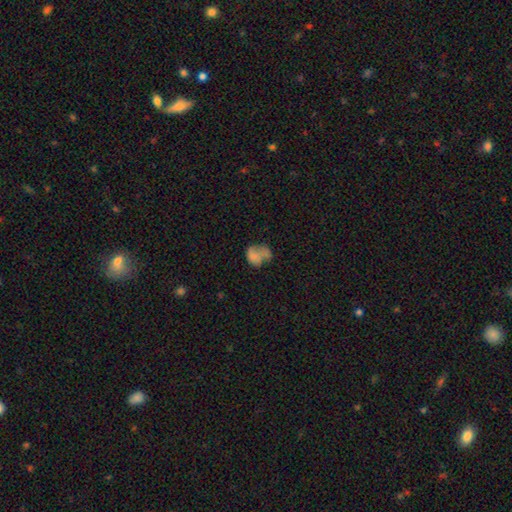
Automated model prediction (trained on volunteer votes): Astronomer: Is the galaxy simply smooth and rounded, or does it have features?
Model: smooth — 64%.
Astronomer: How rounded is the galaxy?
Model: in between — 59% (runner-up: round, 39%).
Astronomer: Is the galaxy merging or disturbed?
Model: merger — 28% (runner-up: none, 27%).